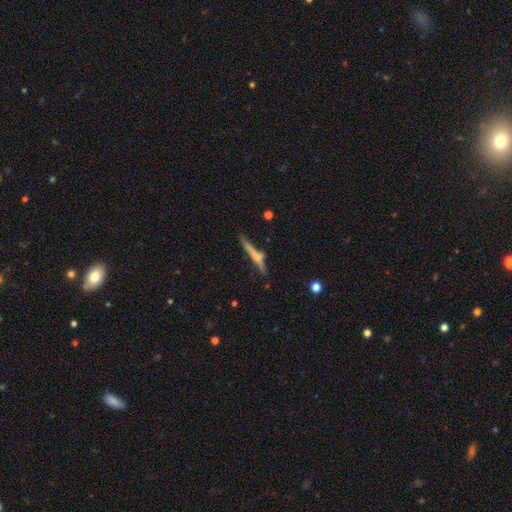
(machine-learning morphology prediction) A featured or disk galaxy (52%) viewed edge-on (94%).

Vote fractions:
- Smooth or featured? featured or disk: 52% / smooth: 41% / star or artifact: 8%
- Edge-on disk? yes: 94% / no: 6%
- Merging? none: 65% / minor disturbance: 18% / merger: 10% / major disturbance: 7%